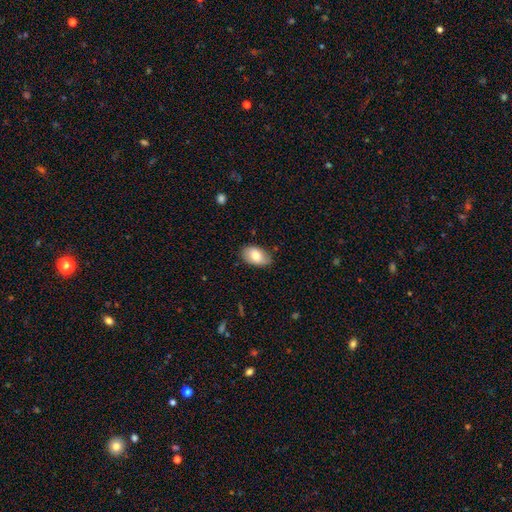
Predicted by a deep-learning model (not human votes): Overall: smooth (78%). How rounded: in between (93%). Merging: none (79%).